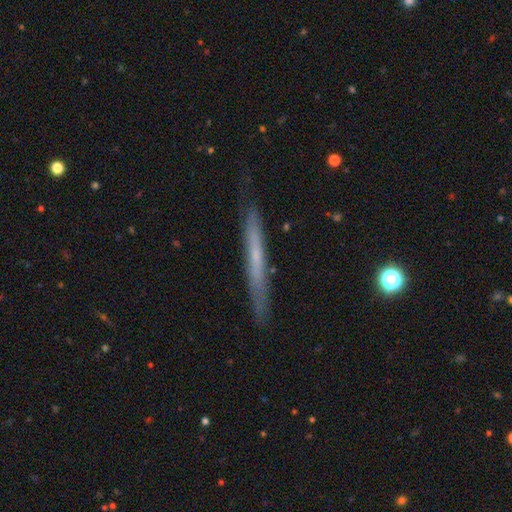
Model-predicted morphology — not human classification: This appears to be a featured or disk galaxy (50%) viewed edge-on (93%). Merging: none (85%).